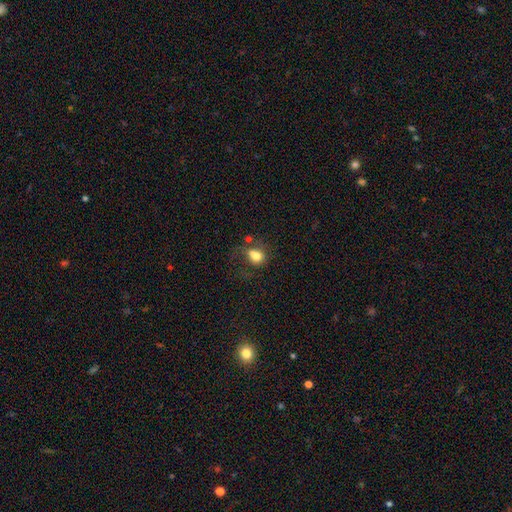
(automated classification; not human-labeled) A smooth galaxy with no disk features (74%) that is in between round and cigar-shaped (53%).

Vote fractions:
- Smooth or featured? smooth: 74% / featured or disk: 15% / star or artifact: 11%
- How rounded? in between: 53% / round: 45% / cigar-shaped: 1%
- Merging? none: 34% / major disturbance: 24% / merger: 21% / minor disturbance: 20%